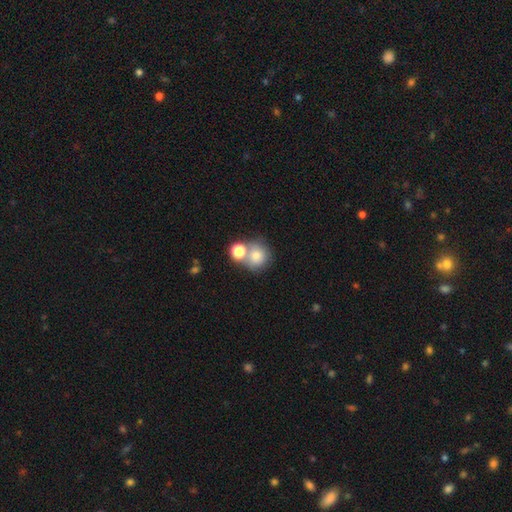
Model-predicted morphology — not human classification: A smooth galaxy with no disk features (77%) that is round (86%).

Vote fractions:
- Smooth or featured? smooth: 77% / featured or disk: 12% / star or artifact: 12%
- How rounded? round: 86% / in between: 13% / cigar-shaped: 1%
- Merging? none: 47% / merger: 39% / minor disturbance: 9% / major disturbance: 4%